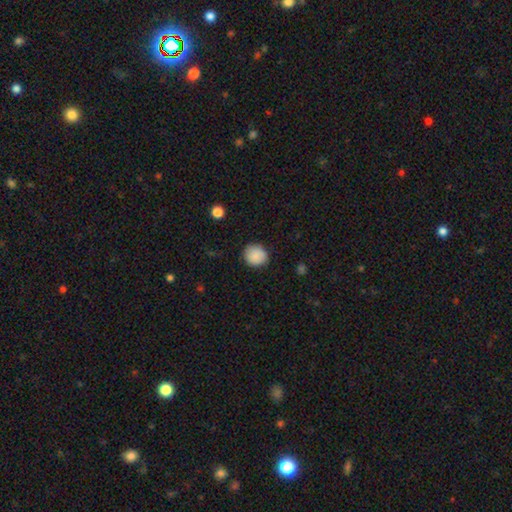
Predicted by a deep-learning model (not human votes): A smooth galaxy with no disk features (87%) that is round (86%). Merging: none (84%).